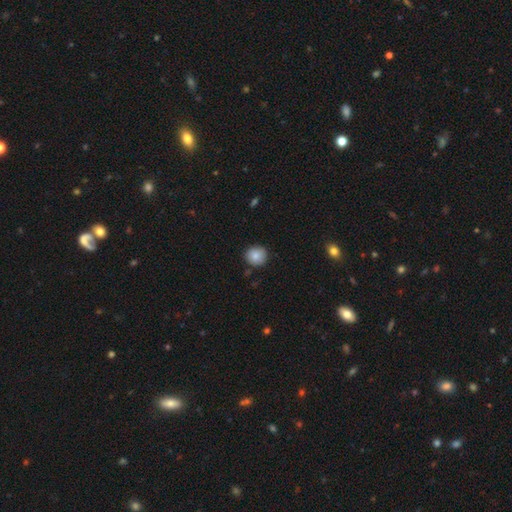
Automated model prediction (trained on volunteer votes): A smooth galaxy with no disk features (84%) that is round (90%).

Vote fractions:
- Smooth or featured? smooth: 84% / star or artifact: 8% / featured or disk: 8%
- How rounded? round: 90% / in between: 9% / cigar-shaped: 1%
- Merging? none: 86% / minor disturbance: 10% / major disturbance: 2% / merger: 2%